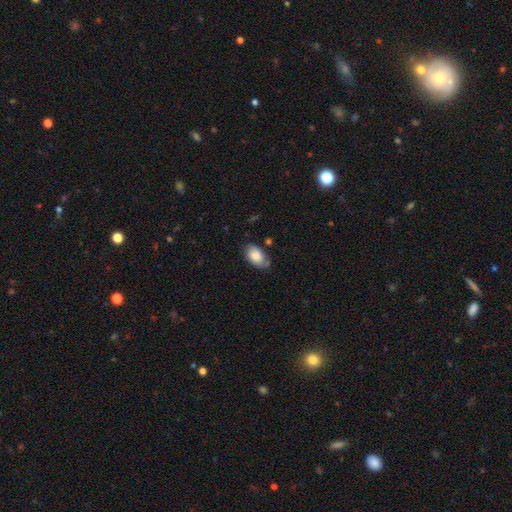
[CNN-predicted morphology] Smooth or featured? Predicted: smooth (p=0.76). How rounded? Predicted: in between (p=0.93). Merging? Predicted: none (p=0.66).